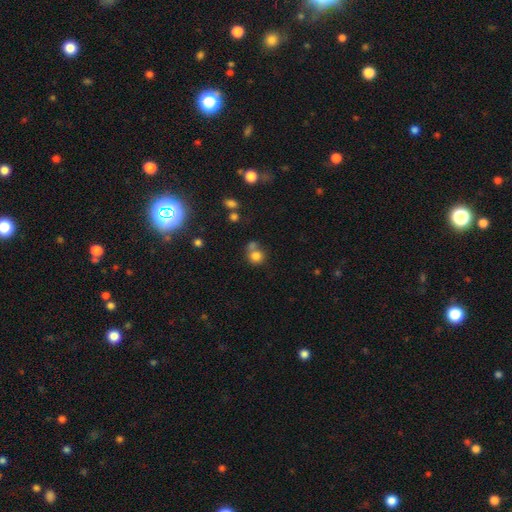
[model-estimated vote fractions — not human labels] smooth-or-featured: smooth: 79% | star or artifact: 12% | featured or disk: 9%
  how-rounded: round: 84% | in between: 15% | cigar-shaped: 1%
  merging: none: 47% | merger: 36% | minor disturbance: 11% | major disturbance: 6%